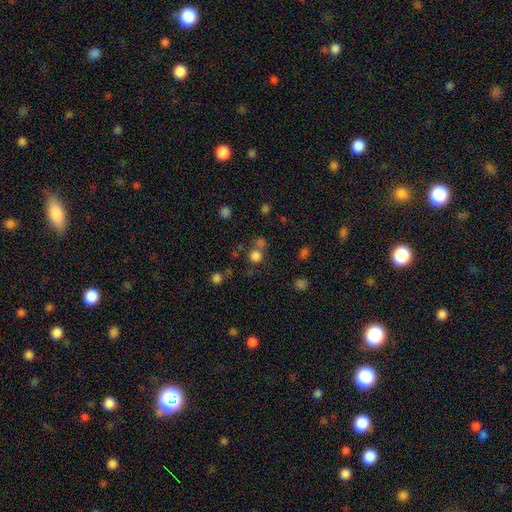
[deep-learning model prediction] Morphology: type=smooth (74%); roundness=round (89%); merging=none (58%).